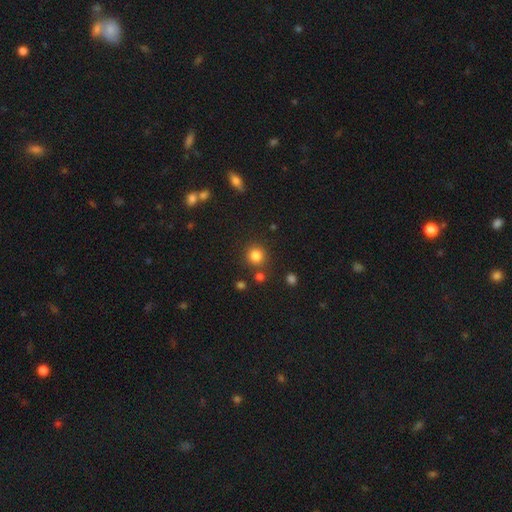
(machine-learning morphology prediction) Smooth or featured: smooth — 82% (star or artifact — 13%)
How rounded: round — 91% (in between — 8%)
Merging: none — 82% (minor disturbance — 8%)